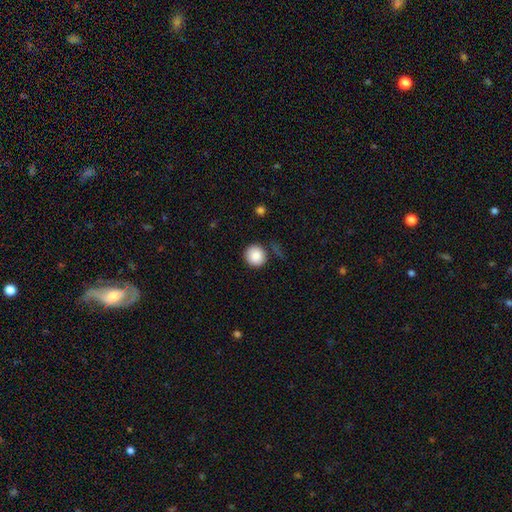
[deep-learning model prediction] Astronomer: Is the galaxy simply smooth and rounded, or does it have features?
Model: smooth — 88%.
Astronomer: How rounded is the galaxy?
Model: round — 92%.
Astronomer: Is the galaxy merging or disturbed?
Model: none — 82%.